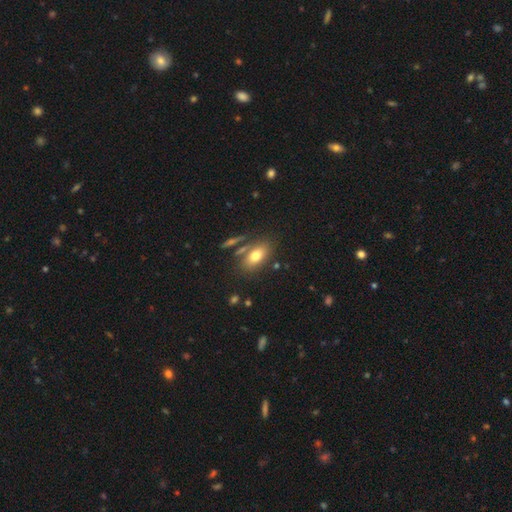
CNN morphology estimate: smooth_or_featured: smooth (p=0.73) [alt: featured or disk p=0.17]
how_rounded: in between (p=0.85) [alt: round p=0.10]
merging: none (p=0.71) [alt: merger p=0.13]